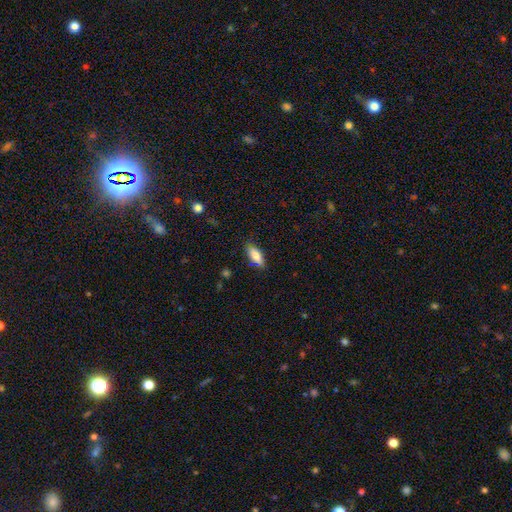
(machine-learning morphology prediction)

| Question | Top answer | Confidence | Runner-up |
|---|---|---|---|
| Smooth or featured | smooth | 79% | featured or disk (13%) |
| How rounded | in between | 82% | cigar-shaped (16%) |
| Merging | none | 75% | minor disturbance (18%) |